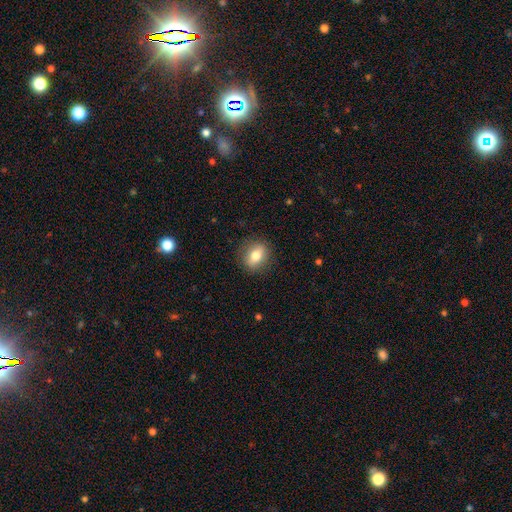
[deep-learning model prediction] Smooth or featured? Predicted: smooth (p=0.71). How rounded? Predicted: in between (p=0.52). Merging? Predicted: none (p=0.86).